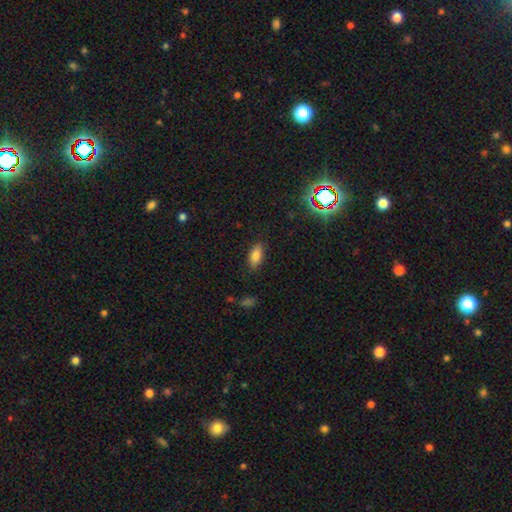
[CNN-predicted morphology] This is clearly a smooth galaxy (82%). How rounded: clearly in between (86%). Merging: clearly none (83%).